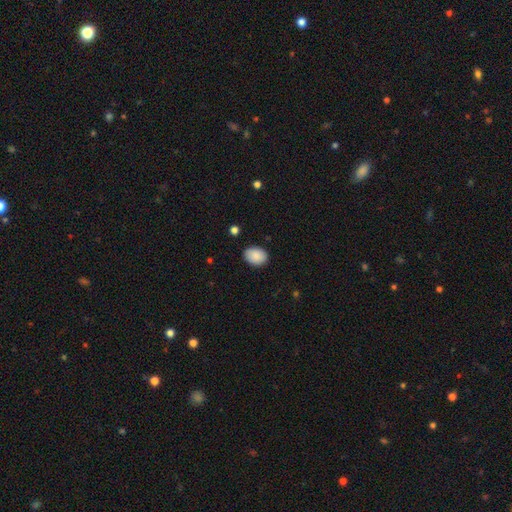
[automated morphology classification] type=smooth (89%); roundness=in between (71%); merging=none (86%).